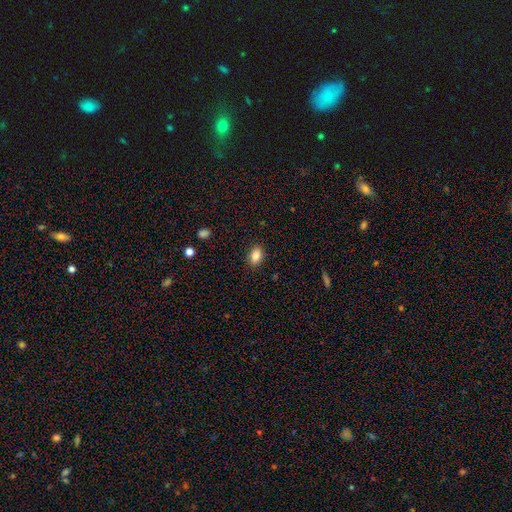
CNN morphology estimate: A smooth galaxy with no disk features (85%) that is in between round and cigar-shaped (86%). Merging: none (88%).